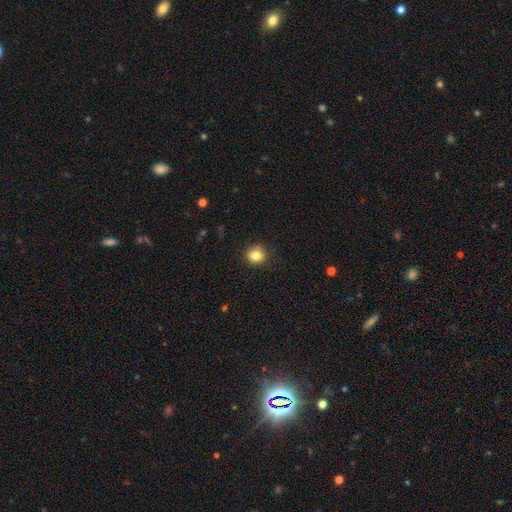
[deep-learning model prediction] smooth 83%, star or artifact 11%, featured or disk 6%. Down the decision tree: how rounded — round (77%); merging — none (85%).